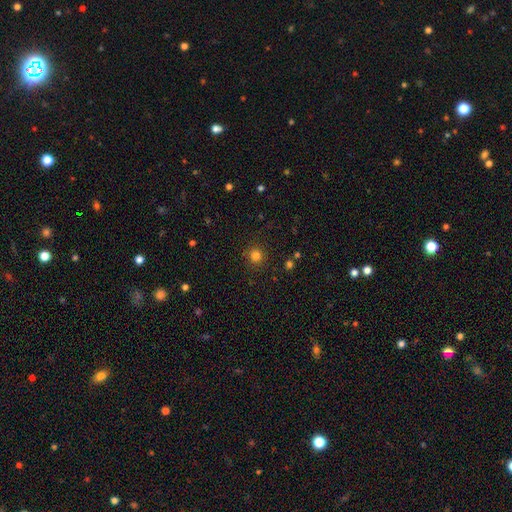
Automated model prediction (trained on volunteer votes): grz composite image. It shows a smooth galaxy with no disk features (81%) that is round (93%). Merging: none (88%).